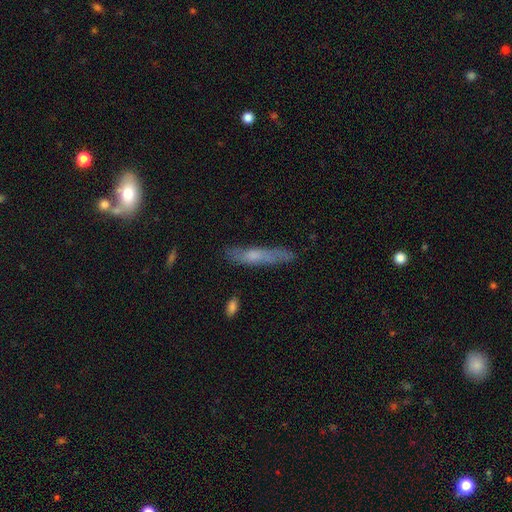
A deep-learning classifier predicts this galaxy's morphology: A smooth galaxy with no disk features (53%) that is cigar-shaped (89%). Merging: none (71%).